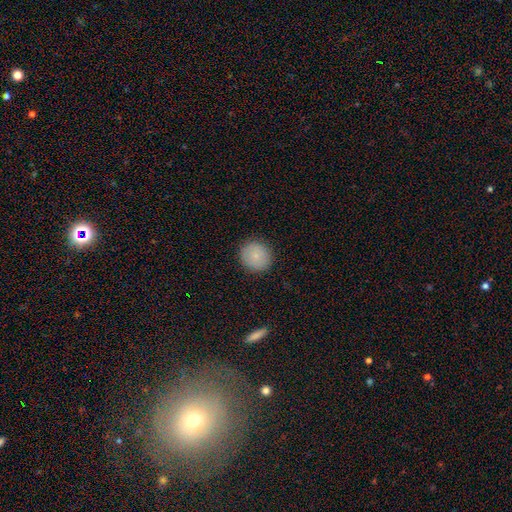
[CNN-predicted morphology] A smooth galaxy with no disk features (84%) that is round (91%). Merging: none (90%).